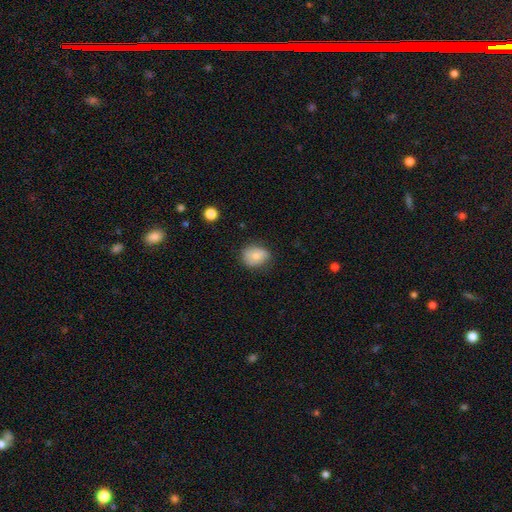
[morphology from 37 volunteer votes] This is clearly a smooth galaxy (84%). How rounded: possibly in between (58%). Merging: possibly none (57%).